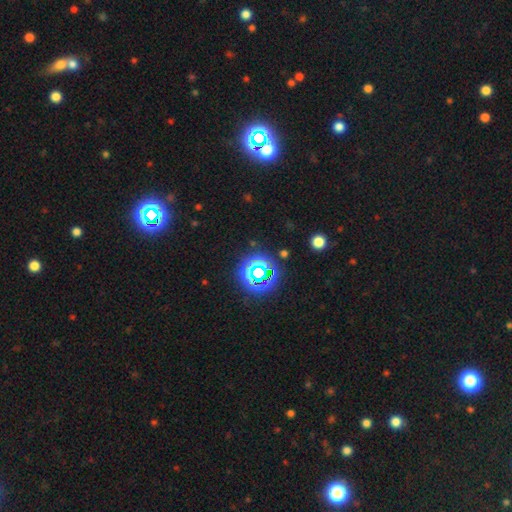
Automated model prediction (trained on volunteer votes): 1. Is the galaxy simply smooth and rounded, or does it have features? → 69% star or artifact, 23% smooth, 8% featured or disk.